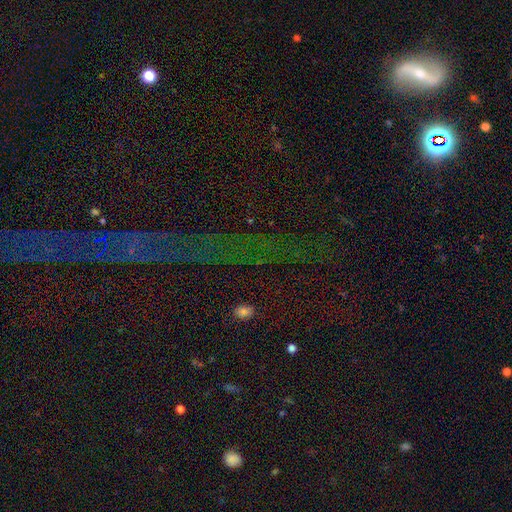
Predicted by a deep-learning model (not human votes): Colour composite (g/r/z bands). It shows a star or artifact, not a galaxy (73%).